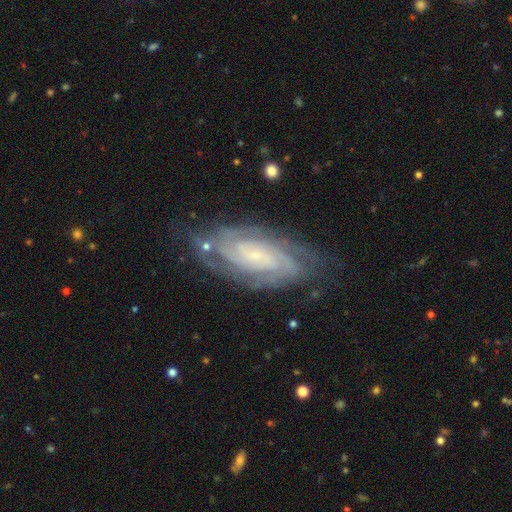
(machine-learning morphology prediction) type=featured or disk (86%); edge-on=no (94%); bar=no (61%); spiral arms=yes (98%); winding=tight (76%); arm count=can't tell (26%); bulge=small (75%); merging=none (75%).